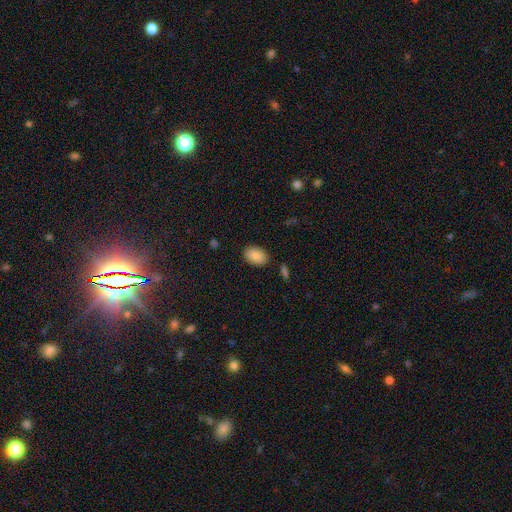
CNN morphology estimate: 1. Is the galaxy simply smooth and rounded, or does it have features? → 88% smooth, 7% star or artifact, 5% featured or disk.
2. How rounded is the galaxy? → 88% in between, 11% round, 1% cigar-shaped.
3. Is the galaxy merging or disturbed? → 86% none, 10% minor disturbance, 3% major disturbance, 2% merger.